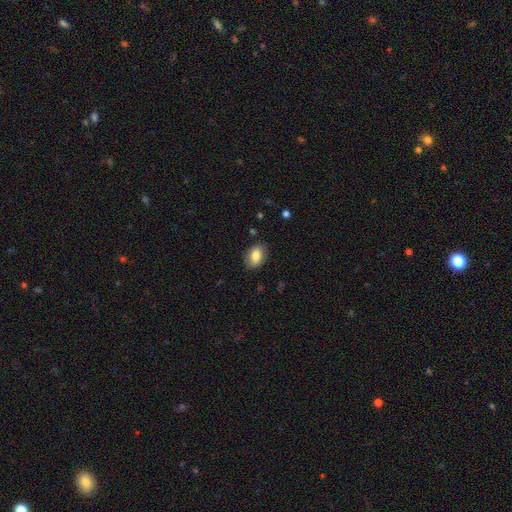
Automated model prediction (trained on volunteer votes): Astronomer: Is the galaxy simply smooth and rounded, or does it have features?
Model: smooth — 79%.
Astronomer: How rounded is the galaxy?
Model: in between — 86%.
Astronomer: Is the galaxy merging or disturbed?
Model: none — 81%.